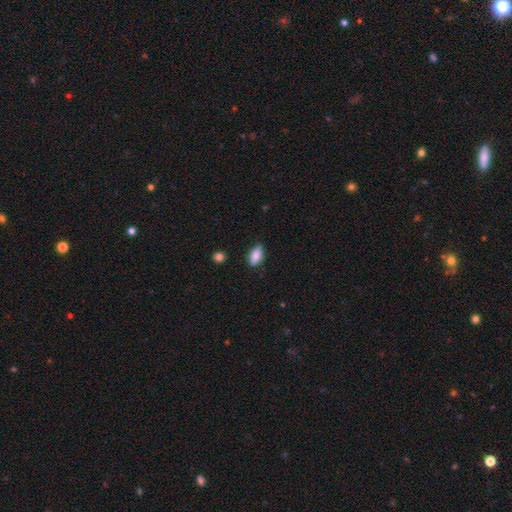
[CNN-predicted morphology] This appears to be a smooth galaxy with no disk features (85%) that is in between round and cigar-shaped (87%). Merging: none (82%).